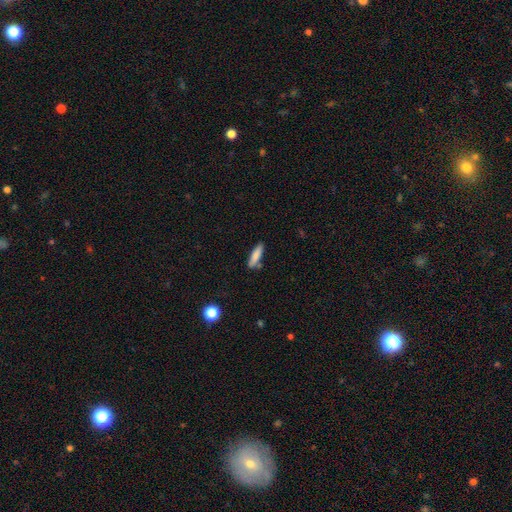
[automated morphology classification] Overall: smooth (83%). How rounded: cigar-shaped (71%). Merging: none (79%).